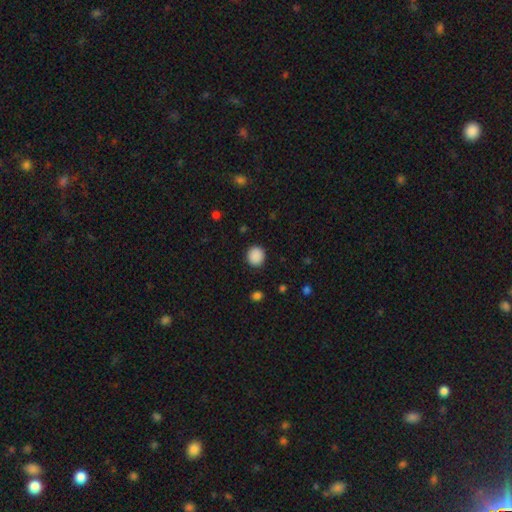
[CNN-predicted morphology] Smooth or featured? smooth (89%)
How rounded? round (85%)
Merging? none (90%)